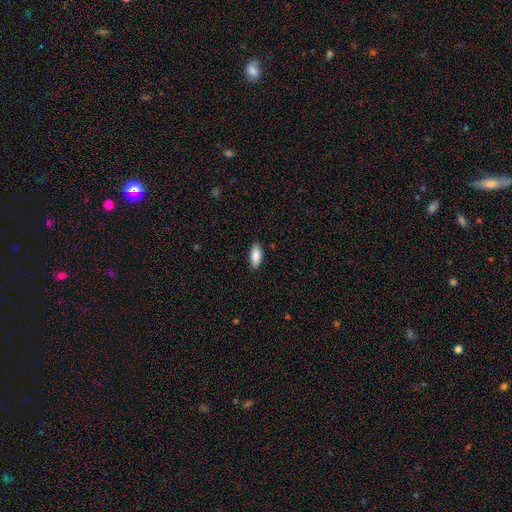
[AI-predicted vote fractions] A smooth galaxy with no disk features (87%) that is in between round and cigar-shaped (82%).

Vote fractions:
- Smooth or featured? smooth: 87% / featured or disk: 7% / star or artifact: 6%
- How rounded? in between: 82% / cigar-shaped: 16% / round: 2%
- Merging? none: 88% / minor disturbance: 9% / major disturbance: 2% / merger: 1%